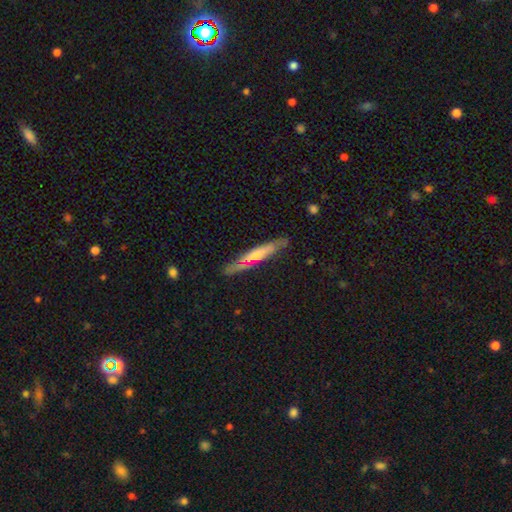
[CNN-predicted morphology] smooth-or-featured: featured or disk: 48% | smooth: 45% | star or artifact: 6%
  merging: none: 80% | minor disturbance: 15% | major disturbance: 3% | merger: 3%